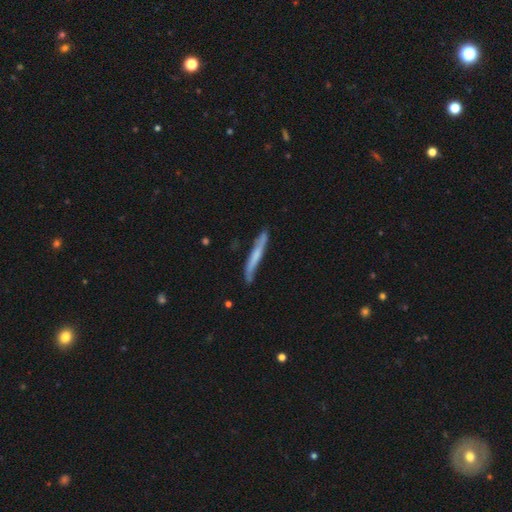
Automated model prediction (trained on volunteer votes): Overall: smooth (48%; featured or disk 46%). Merging: none (75%).